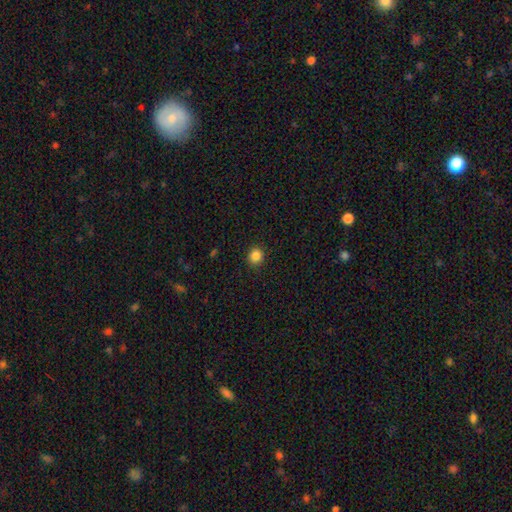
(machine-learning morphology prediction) Smooth or featured?
  - smooth: 85% *
  - star or artifact: 11%
  - featured or disk: 4%
How rounded?
  - round: 86% *
  - in between: 13%
  - cigar-shaped: 1%
Merging?
  - none: 91% *
  - minor disturbance: 6%
  - major disturbance: 2%
  - merger: 1%